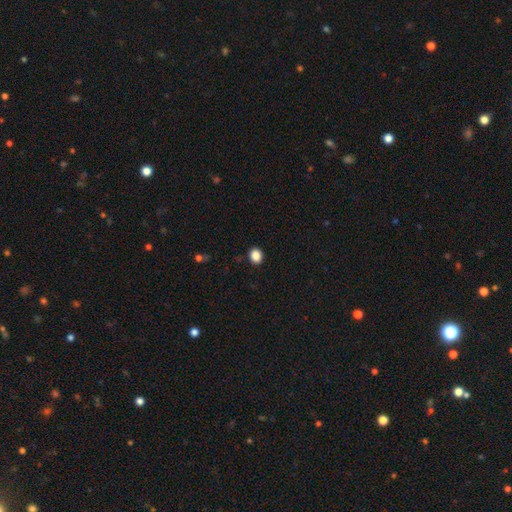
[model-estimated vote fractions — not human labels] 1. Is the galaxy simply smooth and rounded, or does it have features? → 87% smooth, 10% star or artifact, 3% featured or disk.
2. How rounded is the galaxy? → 55% round, 44% in between, 1% cigar-shaped.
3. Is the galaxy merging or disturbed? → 90% none, 7% minor disturbance, 2% major disturbance, 1% merger.